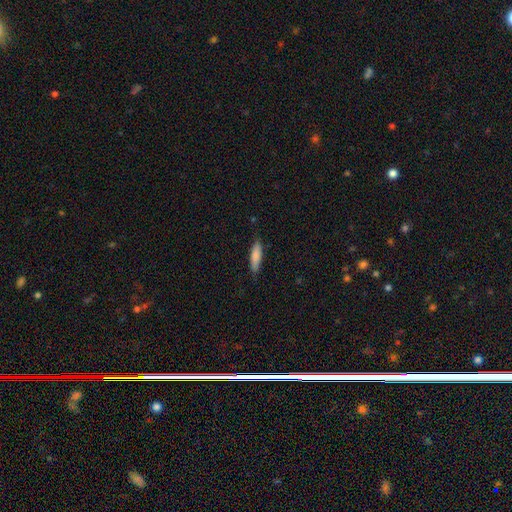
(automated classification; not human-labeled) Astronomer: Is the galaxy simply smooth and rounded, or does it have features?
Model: smooth — 81%.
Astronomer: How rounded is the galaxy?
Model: cigar-shaped — 62%.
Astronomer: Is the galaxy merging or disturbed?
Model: none — 80%.